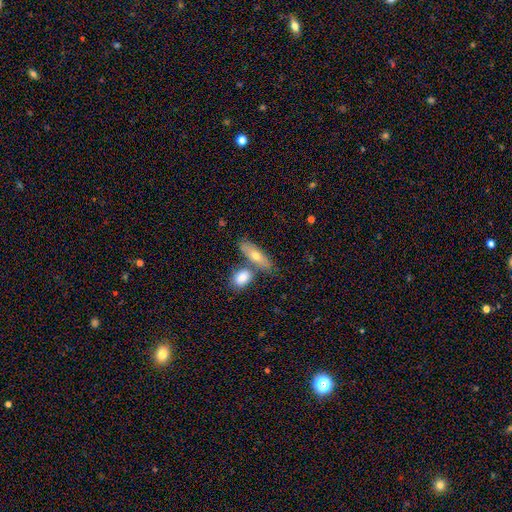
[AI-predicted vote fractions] A smooth galaxy with no disk features (65%) that is in between round and cigar-shaped (57%).

Vote fractions:
- Smooth or featured? smooth: 65% / featured or disk: 29% / star or artifact: 6%
- How rounded? in between: 57% / cigar-shaped: 39% / round: 4%
- Merging? none: 54% / merger: 31% / minor disturbance: 12% / major disturbance: 4%